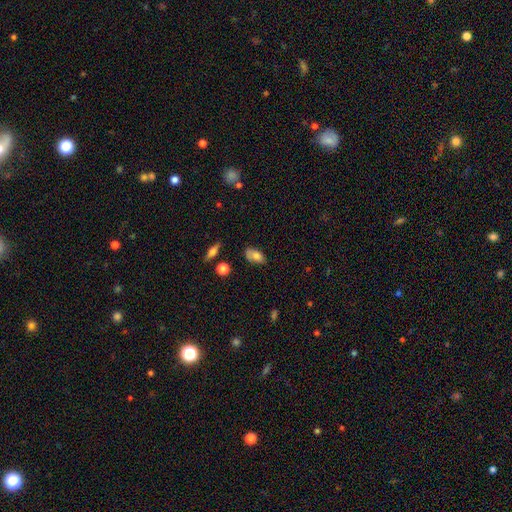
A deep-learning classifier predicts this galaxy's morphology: smooth_or_featured: smooth (p=0.74) [alt: featured or disk p=0.18]
how_rounded: in between (p=0.89) [alt: round p=0.06]
merging: none (p=0.57) [alt: minor disturbance p=0.30]